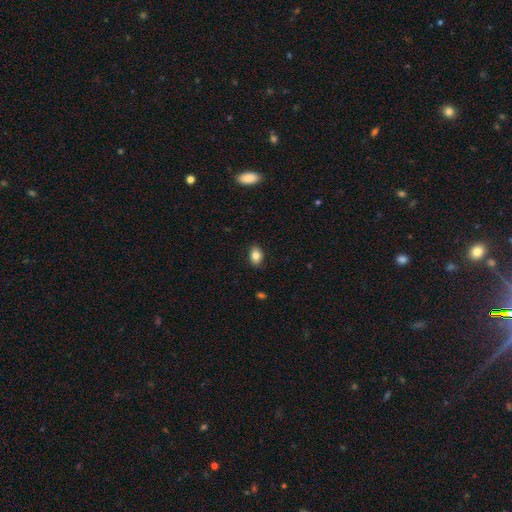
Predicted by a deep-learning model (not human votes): A smooth galaxy with no disk features (83%) that is in between round and cigar-shaped (81%). Merging: none (88%).